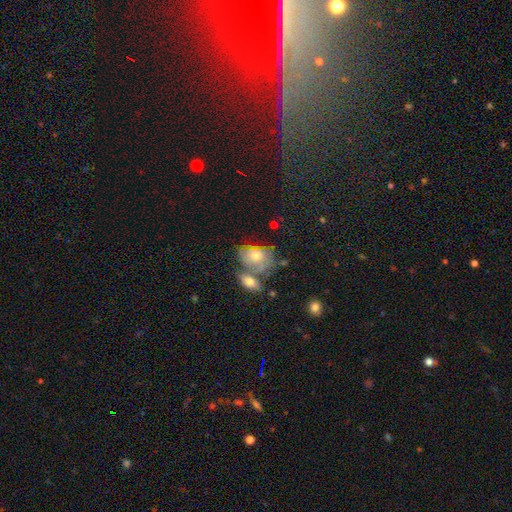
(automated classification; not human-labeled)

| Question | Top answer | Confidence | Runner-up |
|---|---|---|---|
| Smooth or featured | smooth | 58% | featured or disk (30%) |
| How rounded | in between | 80% | round (18%) |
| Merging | none | 38% | merger (36%) |